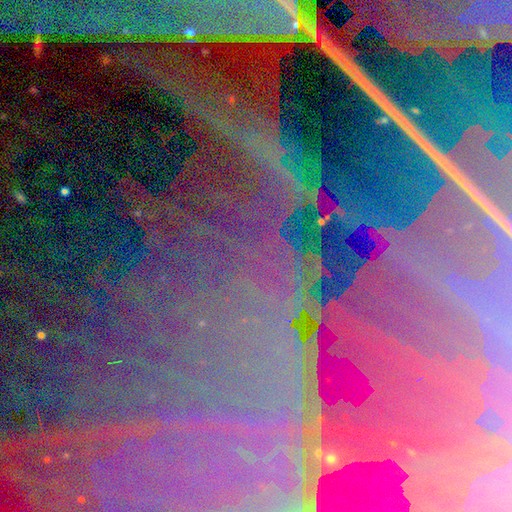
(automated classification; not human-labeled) A star or artifact, not a galaxy (85%).